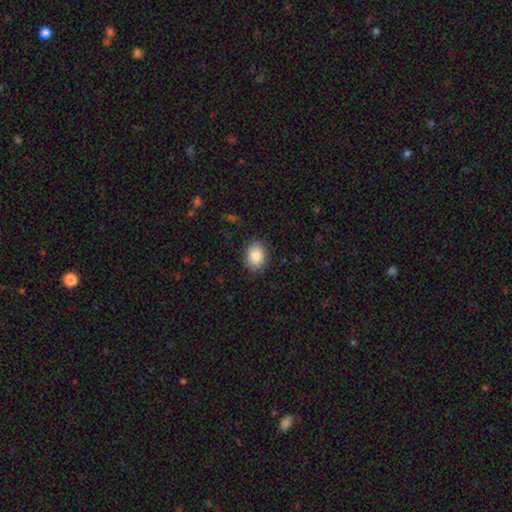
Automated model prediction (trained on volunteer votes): The model was most divided on "how rounded": in between: 64%, round: 35%, cigar-shaped: 1%. More confident: smooth or featured — smooth (88%); merging — none (88%).